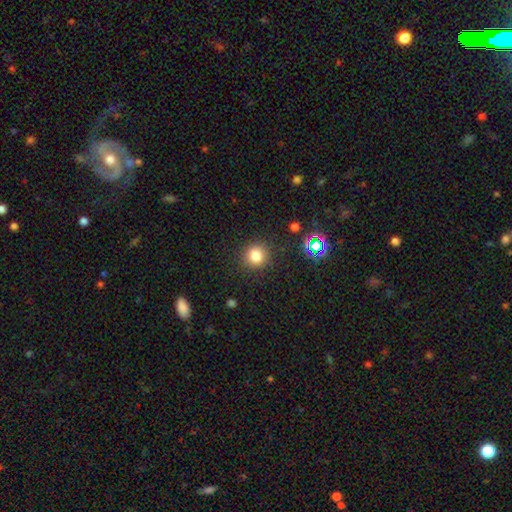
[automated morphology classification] This appears to be a smooth galaxy with no disk features (79%) that is round (90%). Merging: none (88%).